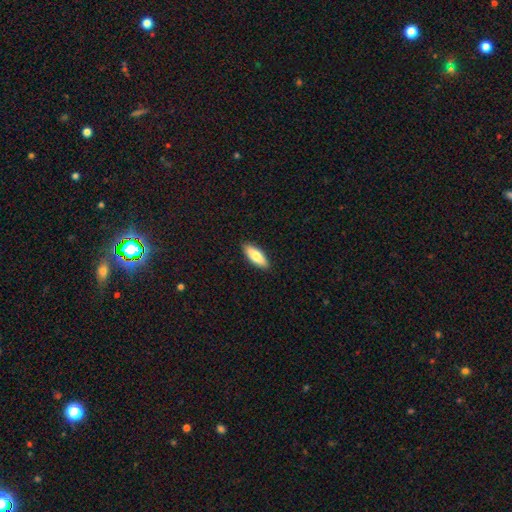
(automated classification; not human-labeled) Smooth or featured: smooth — 80% (featured or disk — 15%)
How rounded: in between — 70% (cigar-shaped — 28%)
Merging: none — 90% (minor disturbance — 7%)